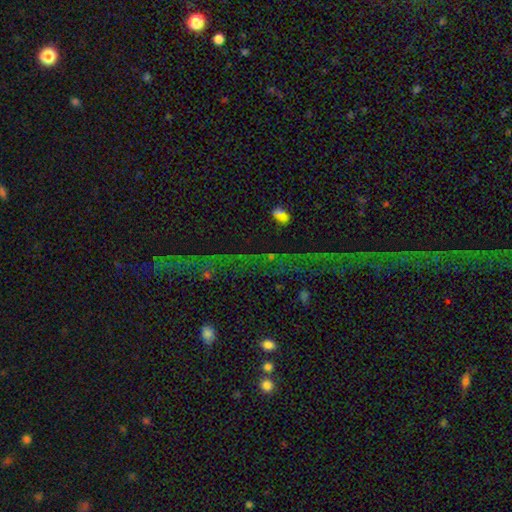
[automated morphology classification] Smooth or featured? star or artifact (66%)